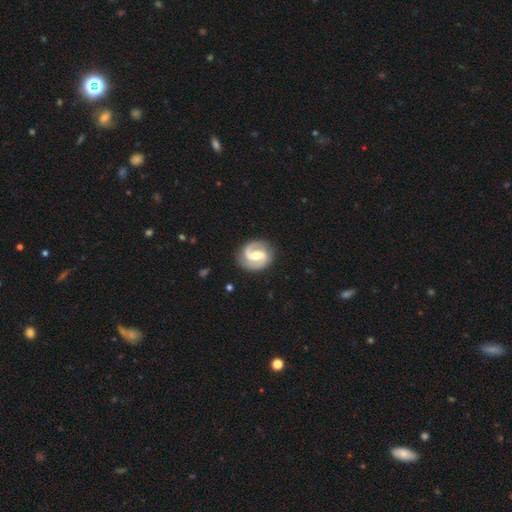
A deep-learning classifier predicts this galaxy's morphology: This is clearly a featured or disk galaxy (88%). It is clearly not viewed edge-on (98%). Bar: possibly weak (47%). Spiral arm pattern: clearly yes (97%). Spiral arm count: clearly 2 (90%). Spiral winding: possibly medium (51%). Central bulge: possibly moderate (57%). Merging: clearly none (84%).